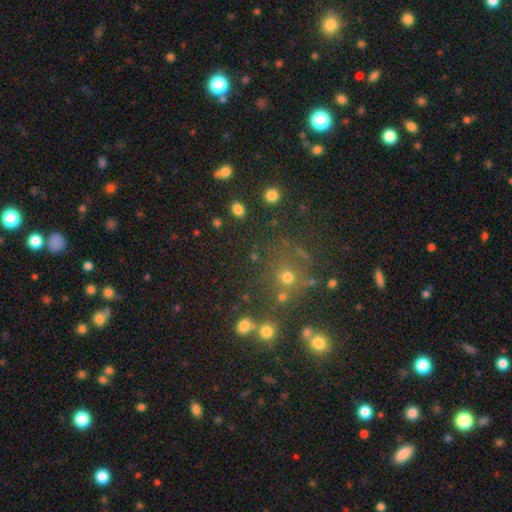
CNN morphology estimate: smooth 46%, star or artifact 43%, featured or disk 11%. Down the decision tree: merging — none (71%).